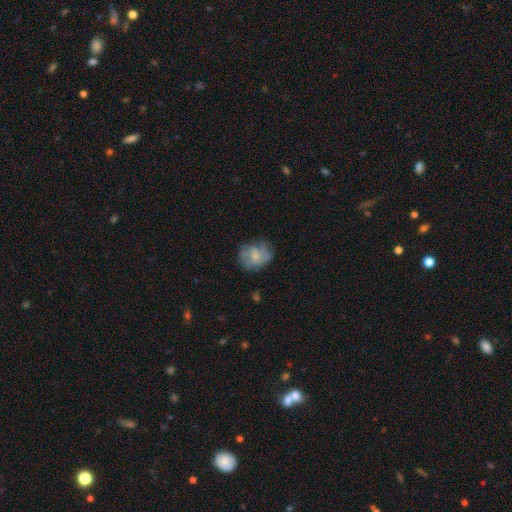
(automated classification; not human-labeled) This appears to be a smooth galaxy with no disk features (56%) that is round (54%). Merging: none (59%).